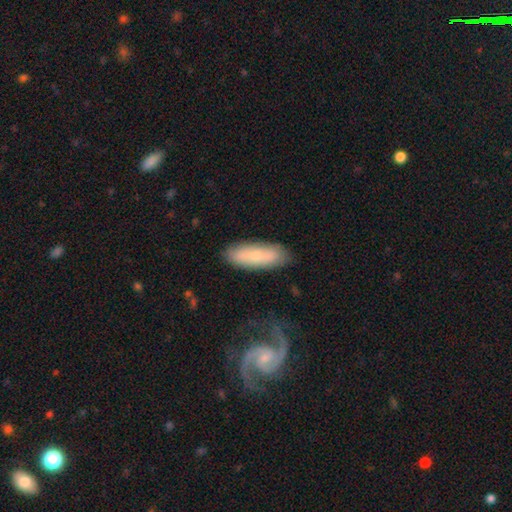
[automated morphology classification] A smooth galaxy with no disk features (62%) that is in between round and cigar-shaped (58%).

Vote fractions:
- Smooth or featured? smooth: 62% / featured or disk: 31% / star or artifact: 7%
- How rounded? in between: 58% / cigar-shaped: 40% / round: 2%
- Merging? none: 76% / minor disturbance: 15% / major disturbance: 5% / merger: 4%